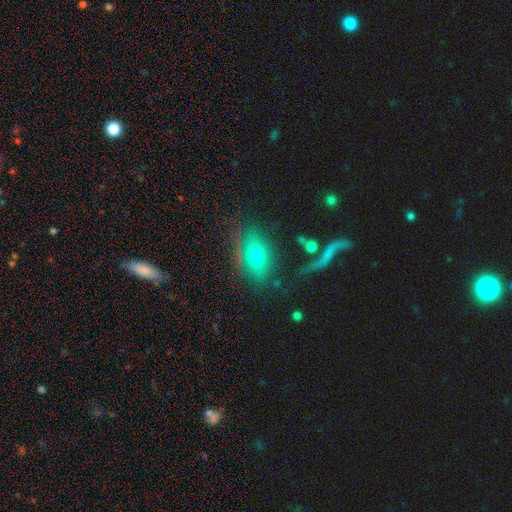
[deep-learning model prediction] A smooth galaxy with no disk features (63%) that is in between round and cigar-shaped (78%).

Vote fractions:
- Smooth or featured? smooth: 63% / featured or disk: 24% / star or artifact: 13%
- How rounded? in between: 78% / round: 13% / cigar-shaped: 8%
- Merging? none: 65% / minor disturbance: 18% / major disturbance: 10% / merger: 7%